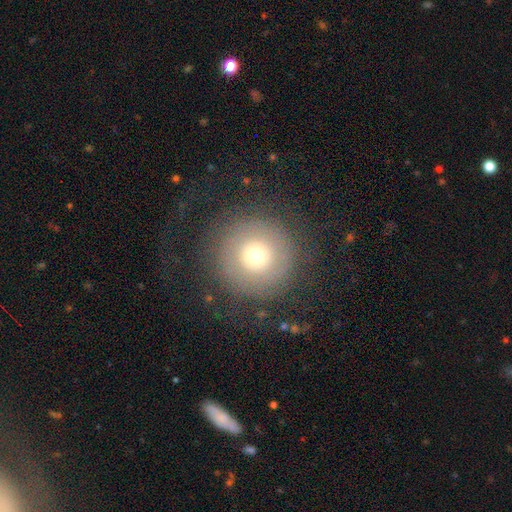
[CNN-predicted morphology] type=smooth (56%); roundness=round (96%); merging=none (78%).